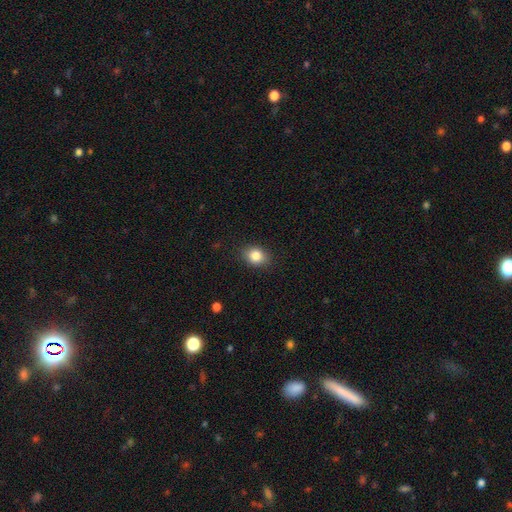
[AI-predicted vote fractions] Overall: smooth (84%). How rounded: in between (53%; round 46%). Merging: none (86%).